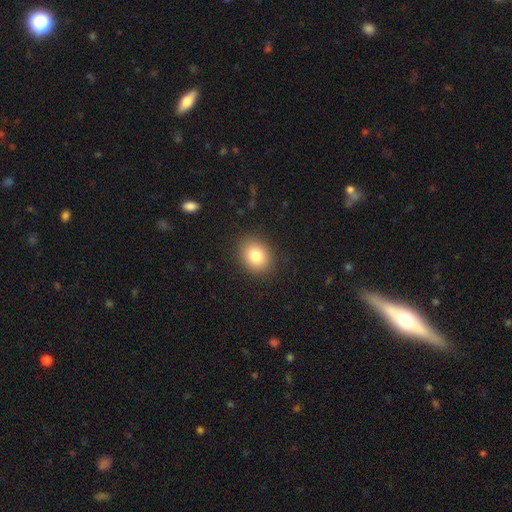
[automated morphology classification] This appears to be a smooth galaxy with no disk features (81%) that is round (57%). Merging: none (89%).